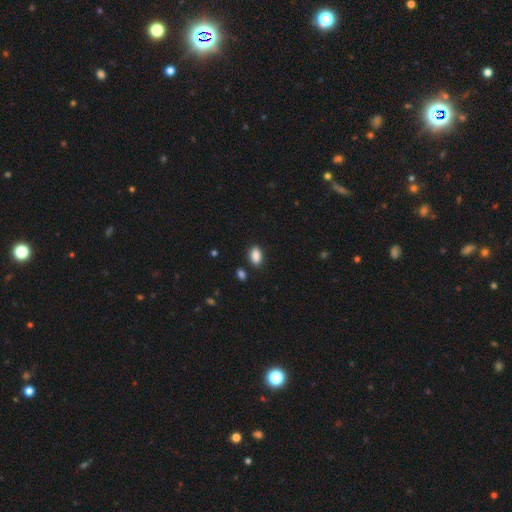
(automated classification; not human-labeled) smooth-or-featured: smooth: 88% | star or artifact: 8% | featured or disk: 3%
  how-rounded: in between: 89% | round: 8% | cigar-shaped: 2%
  merging: none: 86% | minor disturbance: 9% | merger: 3% | major disturbance: 2%